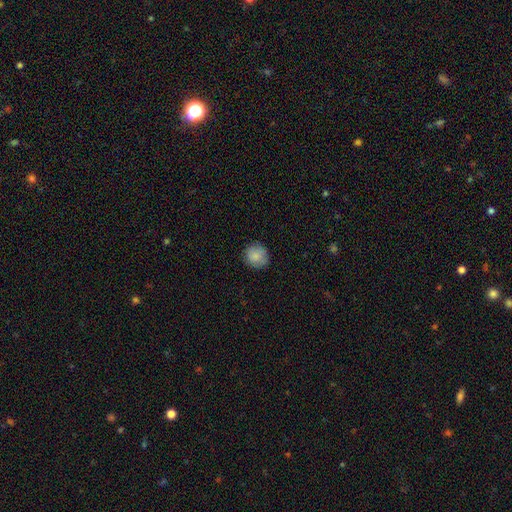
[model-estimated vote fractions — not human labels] smooth 86%, star or artifact 8%, featured or disk 7%. Down the decision tree: how rounded — round (91%); merging — none (86%).